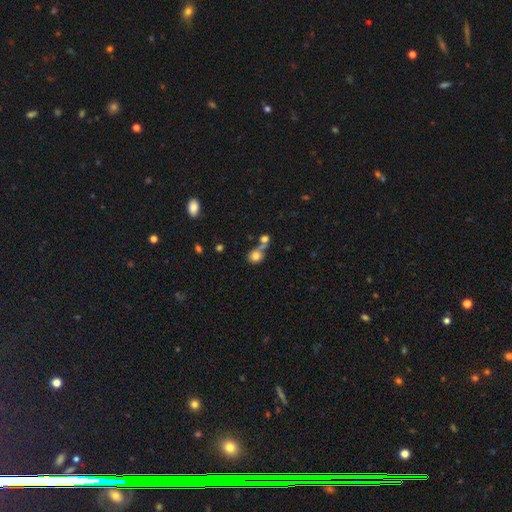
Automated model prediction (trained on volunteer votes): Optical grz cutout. It shows a smooth galaxy with no disk features (78%) that is round (75%). Merging: merger (43%).